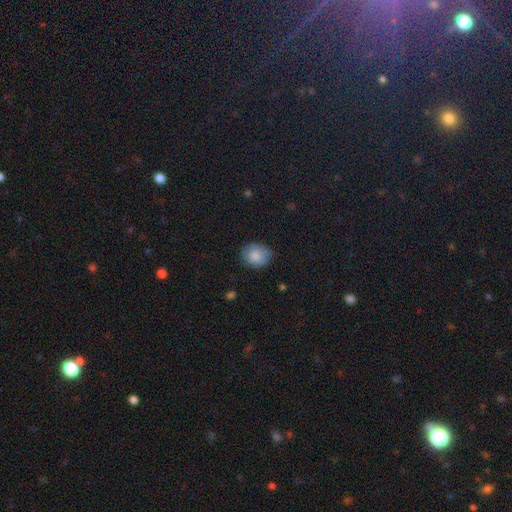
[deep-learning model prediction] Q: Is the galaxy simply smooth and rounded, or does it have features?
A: smooth — 82%.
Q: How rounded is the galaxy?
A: round — 59%.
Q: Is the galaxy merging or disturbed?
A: none — 72%.